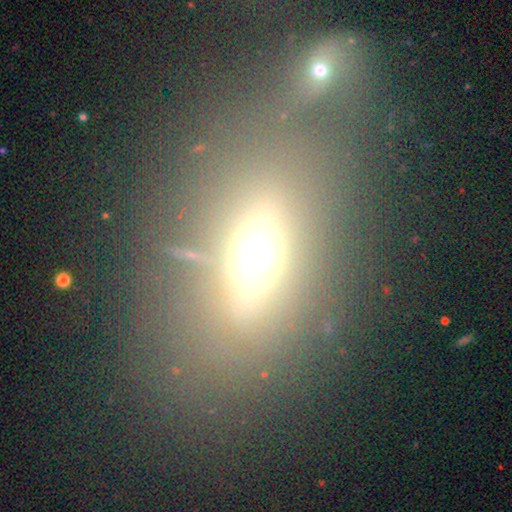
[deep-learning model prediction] Smooth or featured: smooth — 47% (featured or disk — 30%)
Merging: none — 66% (merger — 13%)